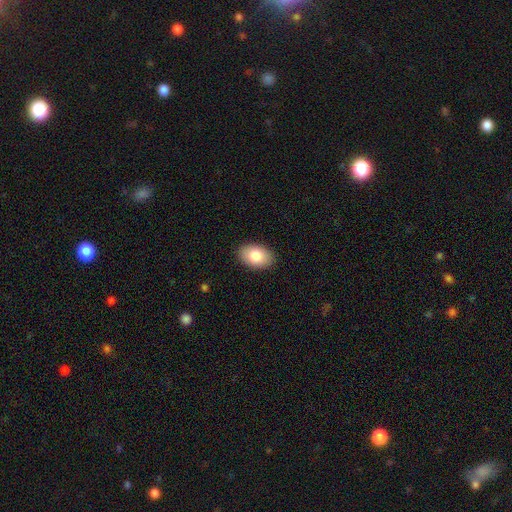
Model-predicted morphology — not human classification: A smooth galaxy with no disk features (82%) that is in between round and cigar-shaped (88%).

Vote fractions:
- Smooth or featured? smooth: 82% / featured or disk: 11% / star or artifact: 7%
- How rounded? in between: 88% / round: 10% / cigar-shaped: 1%
- Merging? none: 90% / minor disturbance: 8% / major disturbance: 2% / merger: 1%